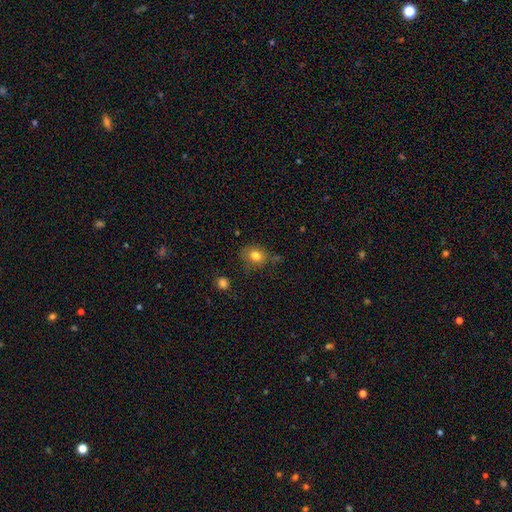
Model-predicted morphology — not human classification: type=smooth (80%); roundness=round (63%); merging=none (65%).